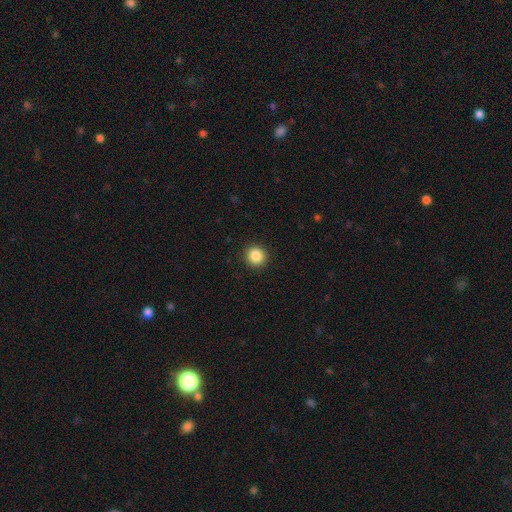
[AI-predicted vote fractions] Smooth or featured?
  - smooth: 86% *
  - star or artifact: 10%
  - featured or disk: 4%
How rounded?
  - round: 92% *
  - in between: 7%
  - cigar-shaped: 1%
Merging?
  - none: 93% *
  - minor disturbance: 5%
  - major disturbance: 2%
  - merger: 1%